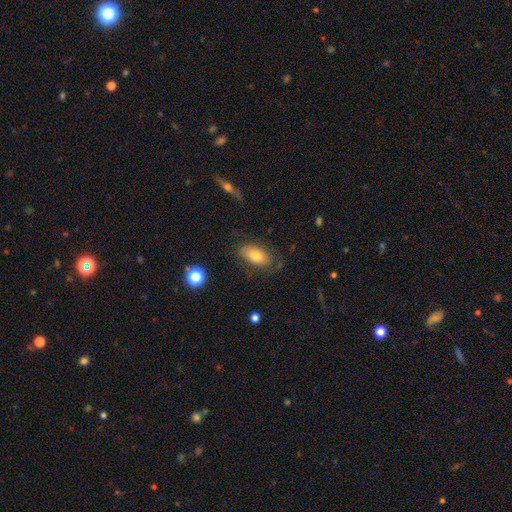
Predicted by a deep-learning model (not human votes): Smooth or featured: smooth — 68% (featured or disk — 24%)
How rounded: in between — 89% (cigar-shaped — 6%)
Merging: none — 67% (minor disturbance — 21%)